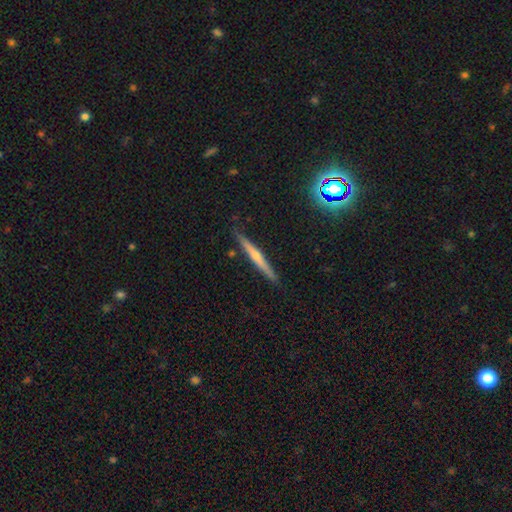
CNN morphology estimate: type=featured or disk (66%); edge-on=yes (97%); edge-on bulge=rounded (68%); merging=none (90%).